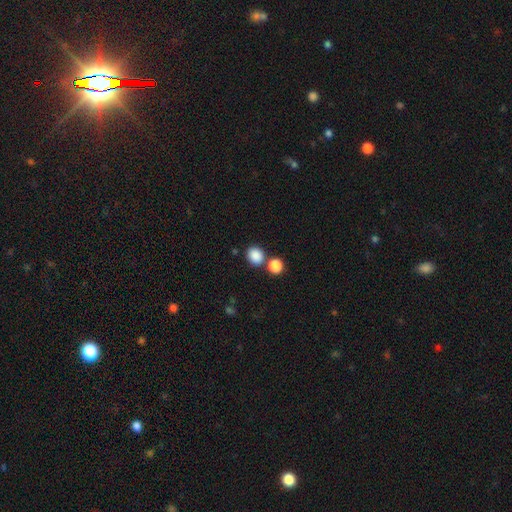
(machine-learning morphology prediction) Smooth or featured: smooth — 86% (star or artifact — 10%)
How rounded: round — 71% (in between — 28%)
Merging: none — 69% (merger — 19%)